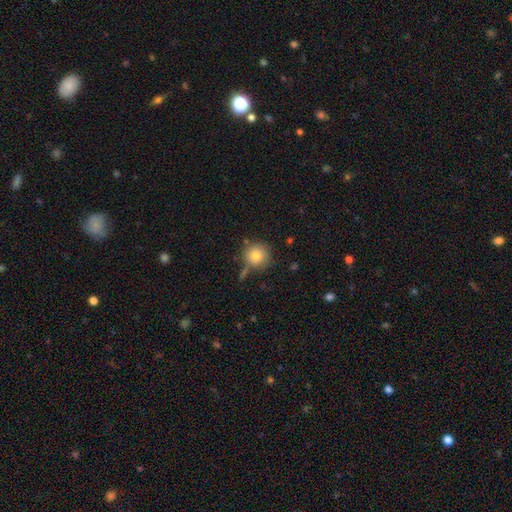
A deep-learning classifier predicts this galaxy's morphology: A smooth galaxy with no disk features (80%) that is round (92%). Merging: none (73%).